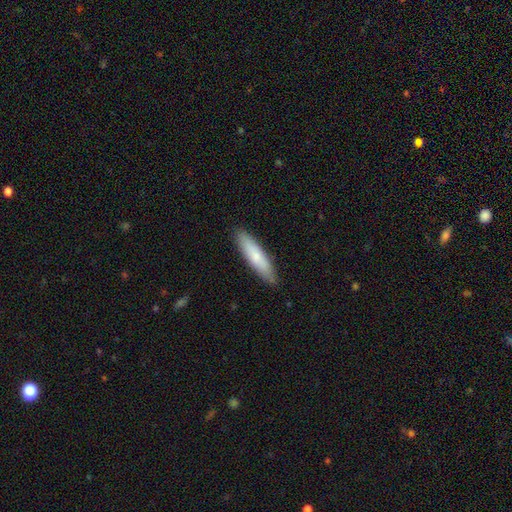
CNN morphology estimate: Overall: smooth (73%). How rounded: cigar-shaped (79%). Merging: none (88%).